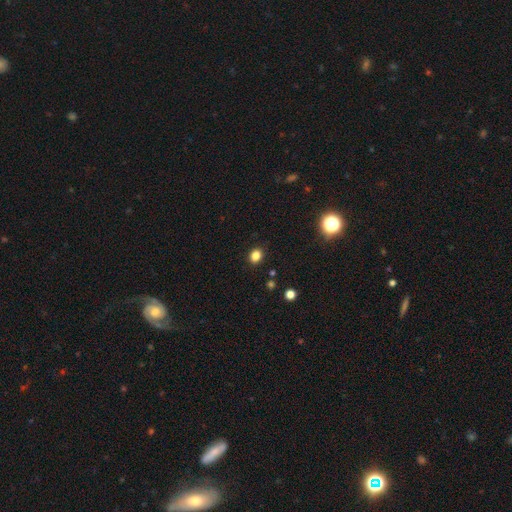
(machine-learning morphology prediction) A smooth galaxy with no disk features (83%) that is round (58%).

Vote fractions:
- Smooth or featured? smooth: 83% / star or artifact: 13% / featured or disk: 4%
- How rounded? round: 58% / in between: 41% / cigar-shaped: 1%
- Merging? none: 89% / minor disturbance: 7% / major disturbance: 2% / merger: 2%